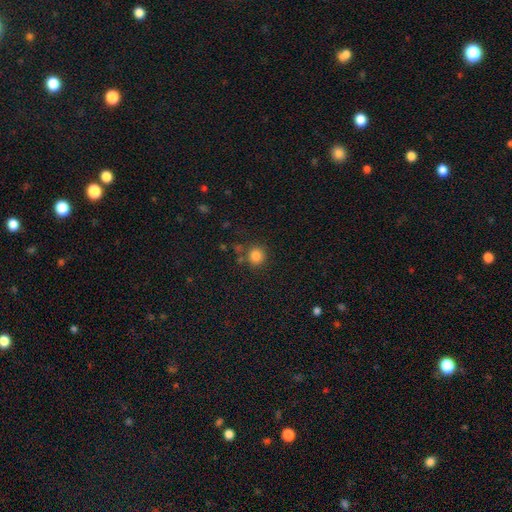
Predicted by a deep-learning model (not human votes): smooth_or_featured: smooth (p=0.84) [alt: star or artifact p=0.12]
how_rounded: round (p=0.91) [alt: in between p=0.08]
merging: none (p=0.78) [alt: minor disturbance p=0.10]